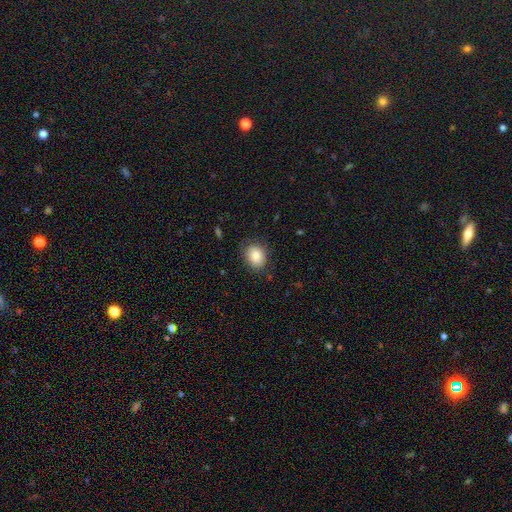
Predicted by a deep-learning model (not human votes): This is clearly a smooth galaxy (81%). How rounded: possibly round (50%). Merging: clearly none (80%).